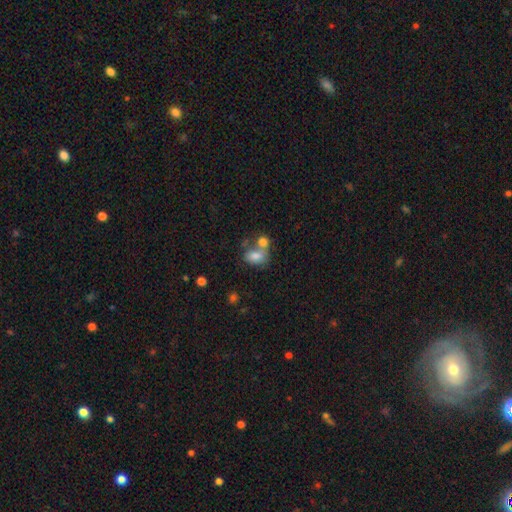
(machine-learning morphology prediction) Q: Smooth or featured?
A: smooth (78%); runner-up: featured or disk (13%)
Q: How rounded?
A: in between (77%); runner-up: round (21%)
Q: Merging?
A: merger (53%); runner-up: none (30%)